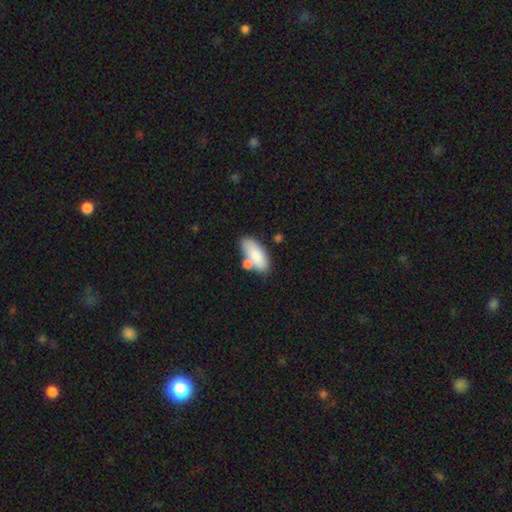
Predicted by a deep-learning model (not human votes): smooth_or_featured: smooth (p=0.82) [alt: featured or disk p=0.12]
how_rounded: in between (p=0.85) [alt: cigar-shaped p=0.12]
merging: none (p=0.60) [alt: merger p=0.20]